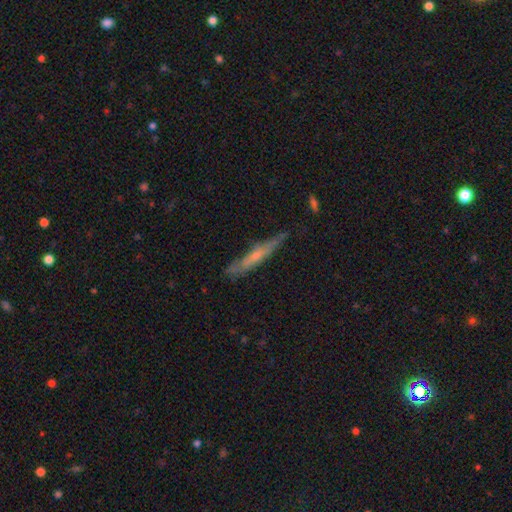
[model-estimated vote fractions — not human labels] Q: Smooth or featured?
A: featured or disk (55%); runner-up: smooth (39%)
Q: Edge-on disk?
A: yes (86%); runner-up: no (14%)
Q: Merging?
A: none (73%); runner-up: minor disturbance (21%)